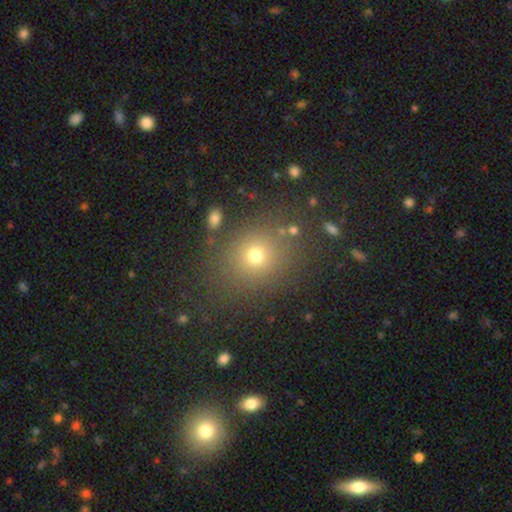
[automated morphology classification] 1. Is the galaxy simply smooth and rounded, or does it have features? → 70% smooth, 20% star or artifact, 10% featured or disk.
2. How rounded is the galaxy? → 72% round, 26% in between, 1% cigar-shaped.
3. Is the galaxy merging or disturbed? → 80% none, 10% minor disturbance, 6% major disturbance, 4% merger.